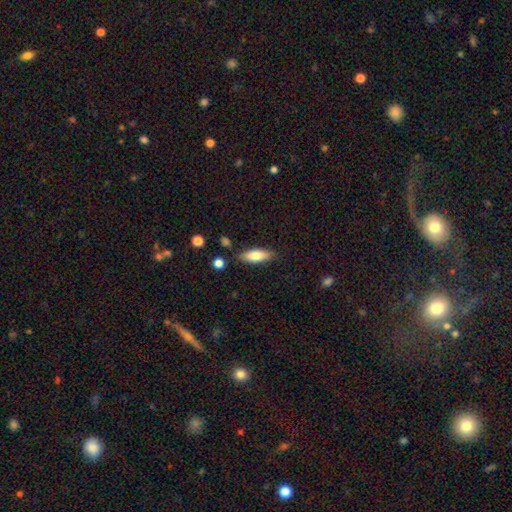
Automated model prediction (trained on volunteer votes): Smooth or featured? Predicted: smooth (p=0.73). How rounded? Predicted: in between (p=0.64). Merging? Predicted: none (p=0.81).